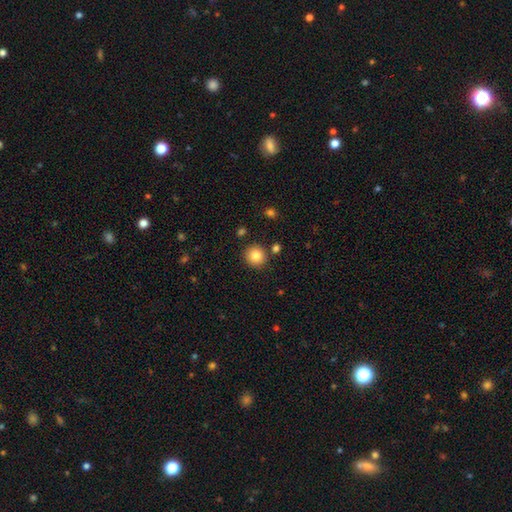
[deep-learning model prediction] smooth-or-featured: smooth: 84% | star or artifact: 10% | featured or disk: 6%
  how-rounded: round: 93% | in between: 6% | cigar-shaped: 1%
  merging: none: 88% | minor disturbance: 6% | merger: 4% | major disturbance: 2%